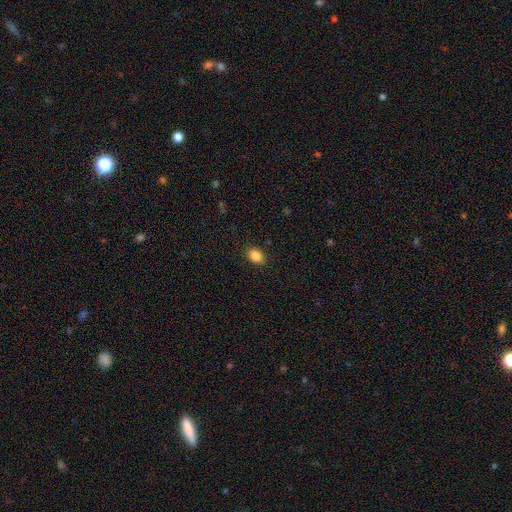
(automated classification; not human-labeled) Smooth or featured: smooth — 87% (star or artifact — 9%)
How rounded: in between — 68% (round — 31%)
Merging: none — 88% (minor disturbance — 9%)